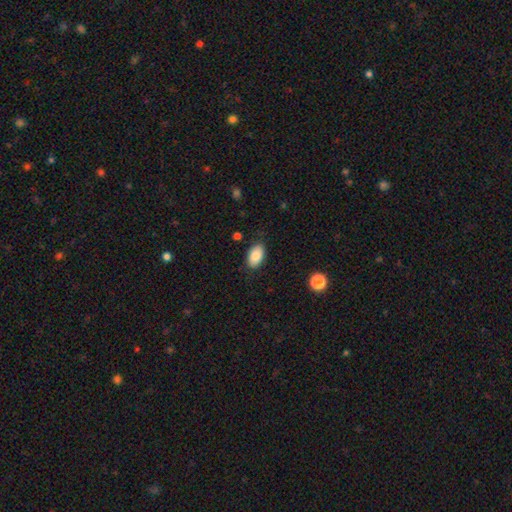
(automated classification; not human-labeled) Overall: smooth (86%). How rounded: in between (93%). Merging: none (85%).